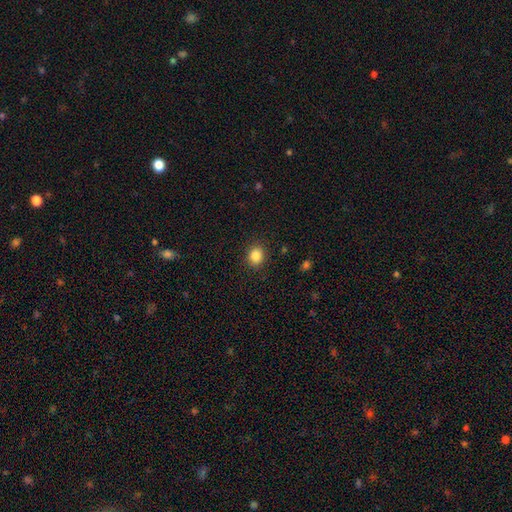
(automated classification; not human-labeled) smooth_or_featured: smooth (p=0.85) [alt: star or artifact p=0.10]
how_rounded: round (p=0.67) [alt: in between p=0.32]
merging: none (p=0.89) [alt: minor disturbance p=0.07]